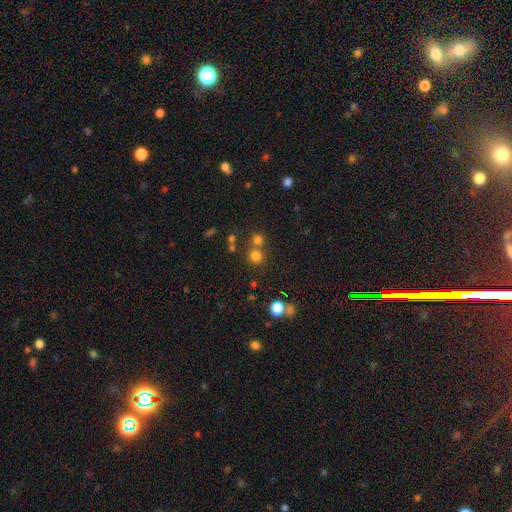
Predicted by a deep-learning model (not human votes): Smooth or featured? Predicted: smooth (p=0.74). How rounded? Predicted: round (p=0.91). Merging? Predicted: none (p=0.65).